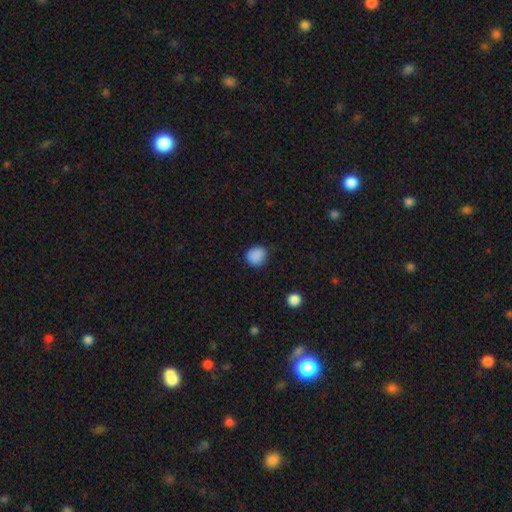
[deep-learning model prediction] Overall: smooth (88%). How rounded: round (77%). Merging: none (81%).